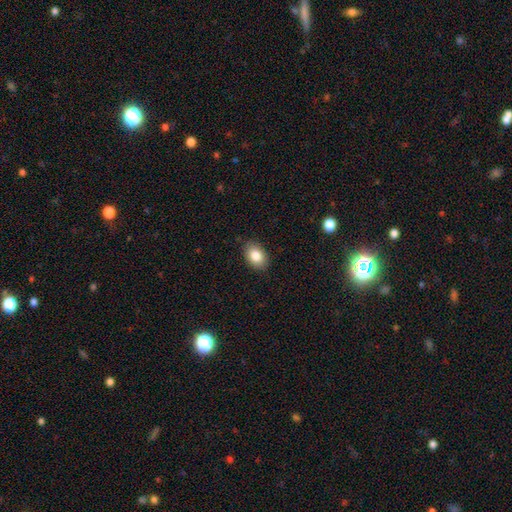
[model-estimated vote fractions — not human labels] Morphology: type=smooth (85%); roundness=in between (82%); merging=none (86%).